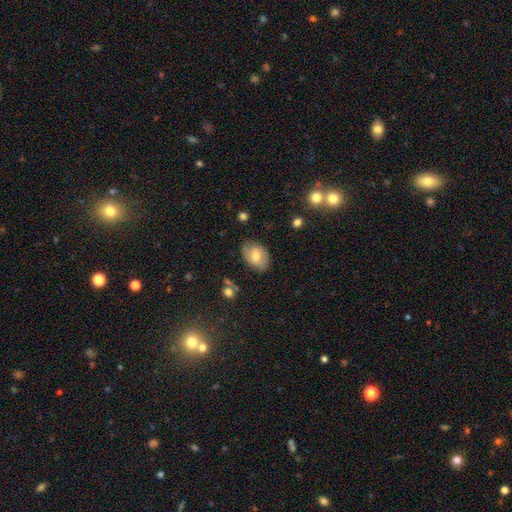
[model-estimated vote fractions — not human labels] Overall: smooth (69%). How rounded: in between (84%). Merging: none (80%).